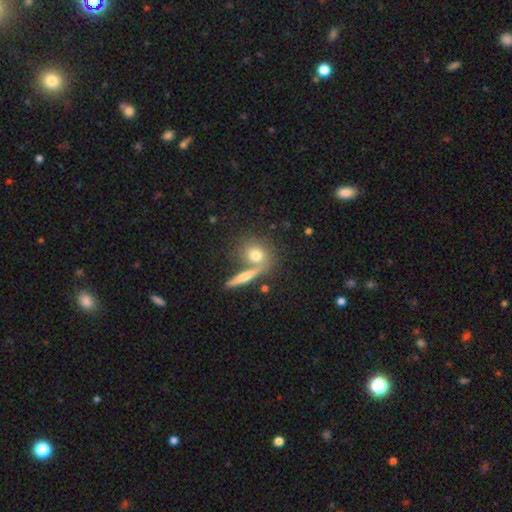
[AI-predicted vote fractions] Smooth or featured?
  - smooth: 70% *
  - featured or disk: 20%
  - star or artifact: 10%
How rounded?
  - round: 65% *
  - in between: 26%
  - cigar-shaped: 9%
Merging?
  - none: 57% *
  - merger: 29%
  - minor disturbance: 10%
  - major disturbance: 5%